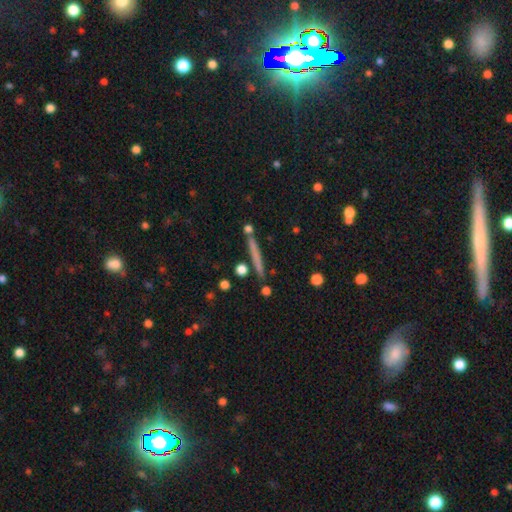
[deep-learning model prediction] Smooth or featured? smooth (54%)
How rounded? cigar-shaped (95%)
Merging? none (86%)